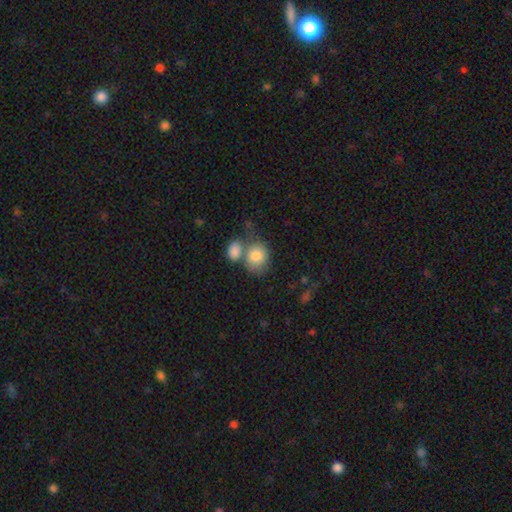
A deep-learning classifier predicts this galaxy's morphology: Q: Smooth or featured?
A: smooth (83%); runner-up: featured or disk (10%)
Q: How rounded?
A: round (53%); runner-up: in between (46%)
Q: Merging?
A: merger (46%); runner-up: none (35%)